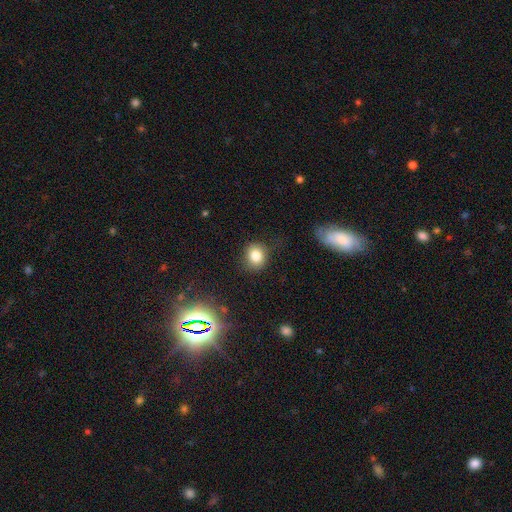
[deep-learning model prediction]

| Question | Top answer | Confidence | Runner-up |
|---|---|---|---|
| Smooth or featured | smooth | 81% | star or artifact (11%) |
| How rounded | round | 71% | in between (28%) |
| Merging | none | 79% | minor disturbance (15%) |